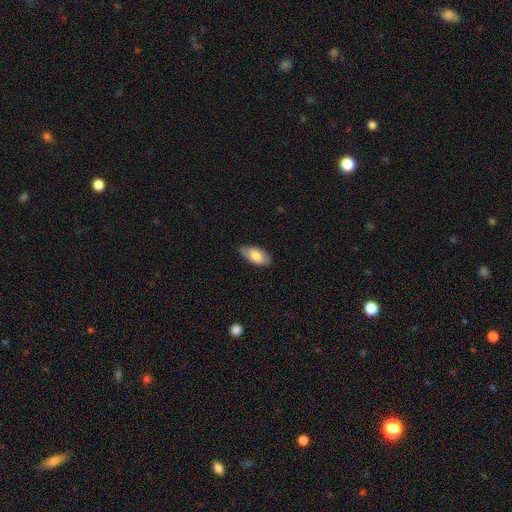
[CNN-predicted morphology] smooth 78%, featured or disk 17%, star or artifact 6%. Down the decision tree: how rounded — in between (92%); merging — none (76%).